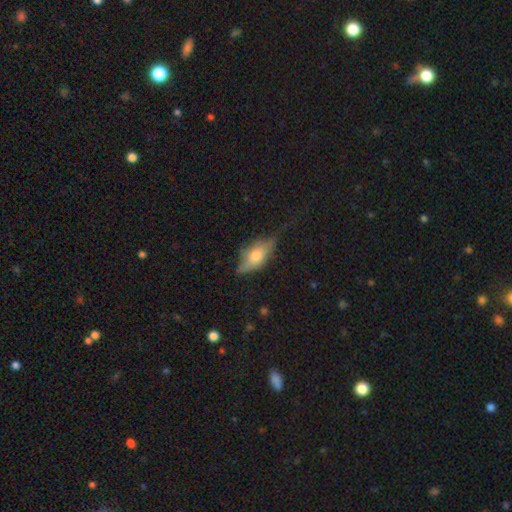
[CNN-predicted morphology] This appears to be a smooth galaxy with no disk features (53%) that is in between round and cigar-shaped (82%). Merging: none (43%).